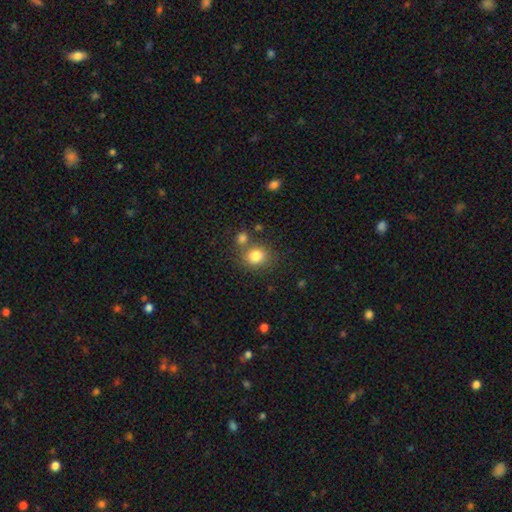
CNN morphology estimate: Smooth or featured?
  - smooth: 81% *
  - star or artifact: 12%
  - featured or disk: 8%
How rounded?
  - round: 74% *
  - in between: 25%
  - cigar-shaped: 1%
Merging?
  - none: 66% *
  - merger: 19%
  - minor disturbance: 11%
  - major disturbance: 4%